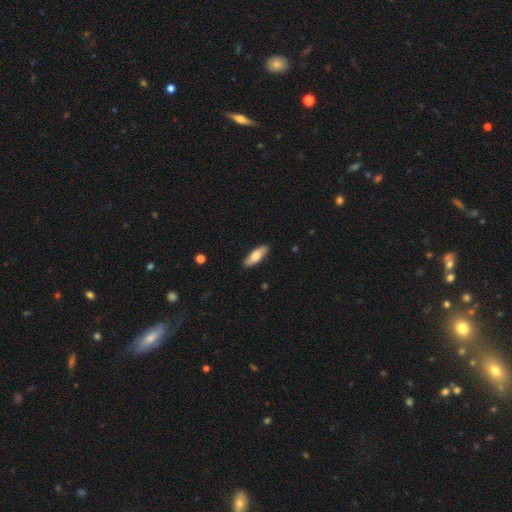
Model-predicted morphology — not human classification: A smooth galaxy with no disk features (69%) that is in between round and cigar-shaped (60%). Merging: none (88%).